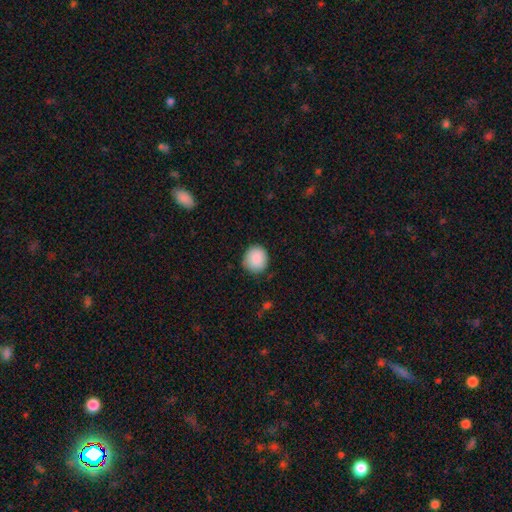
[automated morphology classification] type=smooth (89%); roundness=round (87%); merging=none (84%).